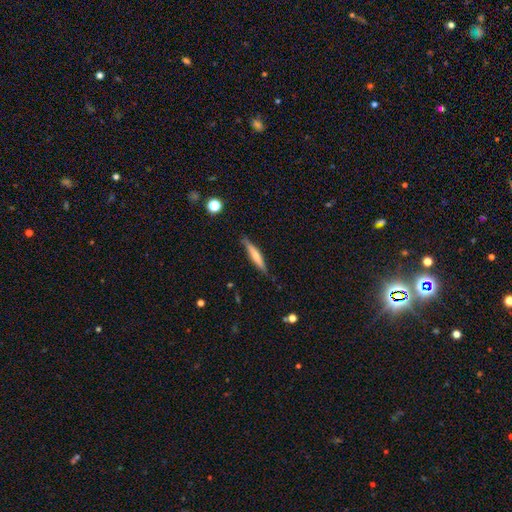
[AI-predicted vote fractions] A smooth galaxy with no disk features (55%) that is cigar-shaped (91%). Merging: none (80%).